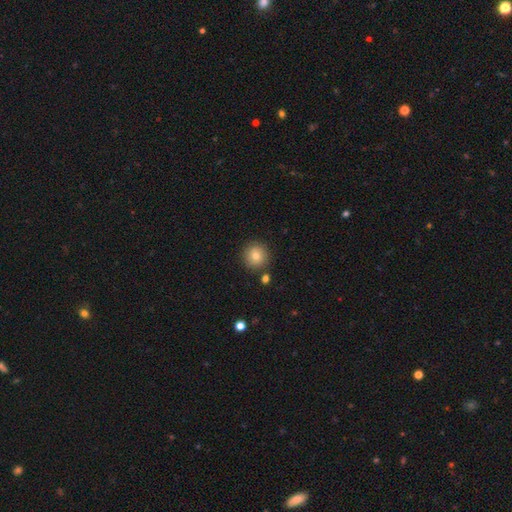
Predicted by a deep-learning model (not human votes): Q: Smooth or featured?
A: smooth (80%); runner-up: star or artifact (11%)
Q: How rounded?
A: round (94%); runner-up: in between (5%)
Q: Merging?
A: none (86%); runner-up: minor disturbance (7%)